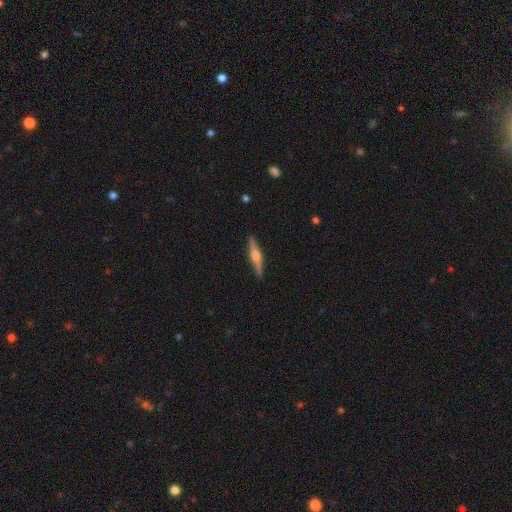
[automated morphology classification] This is likely a featured or disk galaxy (65%). It is clearly viewed edge-on (97%). Edge-on bulge: clearly rounded (82%). Merging: clearly none (89%).